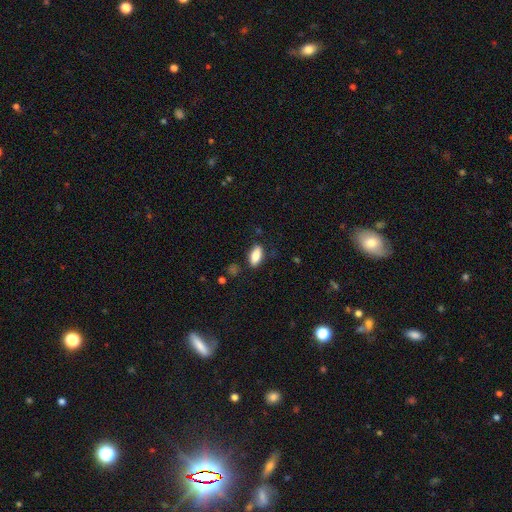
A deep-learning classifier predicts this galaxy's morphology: smooth 83%, featured or disk 9%, star or artifact 7%. Down the decision tree: how rounded — in between (81%); merging — none (83%).